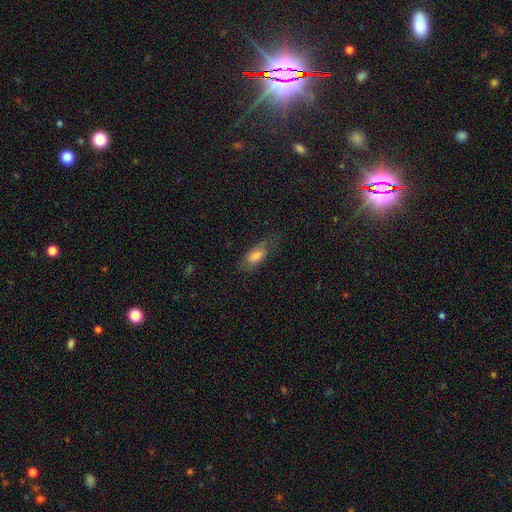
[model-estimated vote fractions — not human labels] Q: Smooth or featured?
A: smooth (74%); runner-up: featured or disk (17%)
Q: How rounded?
A: in between (77%); runner-up: cigar-shaped (19%)
Q: Merging?
A: none (62%); runner-up: minor disturbance (25%)